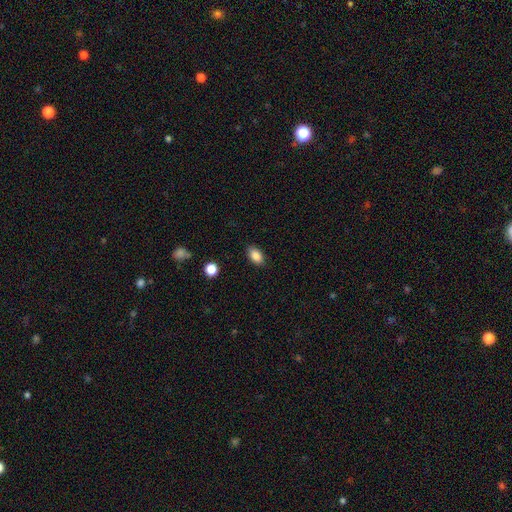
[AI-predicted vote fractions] Q: Smooth or featured?
A: smooth (87%); runner-up: star or artifact (9%)
Q: How rounded?
A: in between (89%); runner-up: round (9%)
Q: Merging?
A: none (88%); runner-up: minor disturbance (9%)